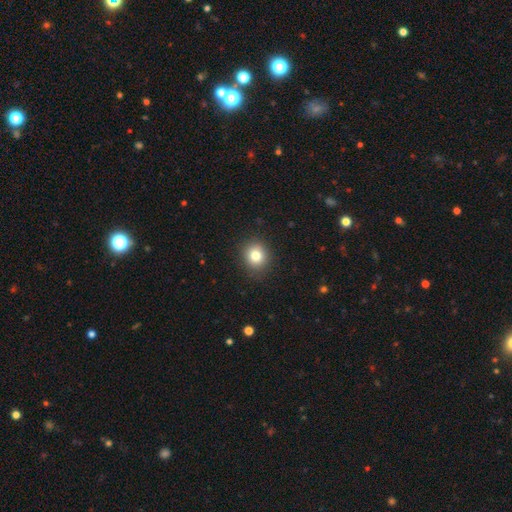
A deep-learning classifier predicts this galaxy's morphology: Overall: smooth (80%). How rounded: round (84%). Merging: none (89%).